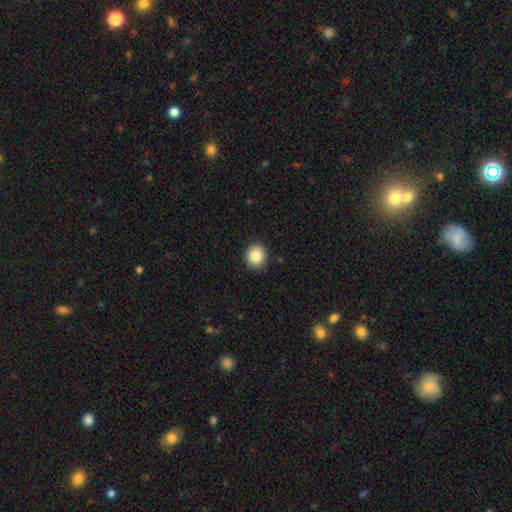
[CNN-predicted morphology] type=smooth (86%); roundness=round (88%); merging=none (91%).